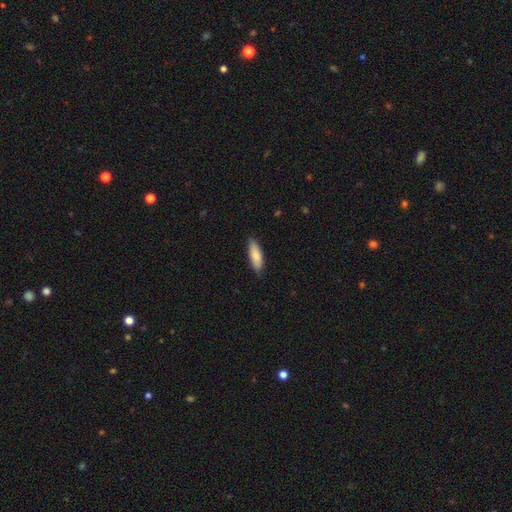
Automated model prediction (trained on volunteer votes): A smooth galaxy with no disk features (85%) that is in between round and cigar-shaped (54%).

Vote fractions:
- Smooth or featured? smooth: 85% / featured or disk: 10% / star or artifact: 5%
- How rounded? in between: 54% / cigar-shaped: 44% / round: 2%
- Merging? none: 85% / minor disturbance: 12% / major disturbance: 2% / merger: 1%